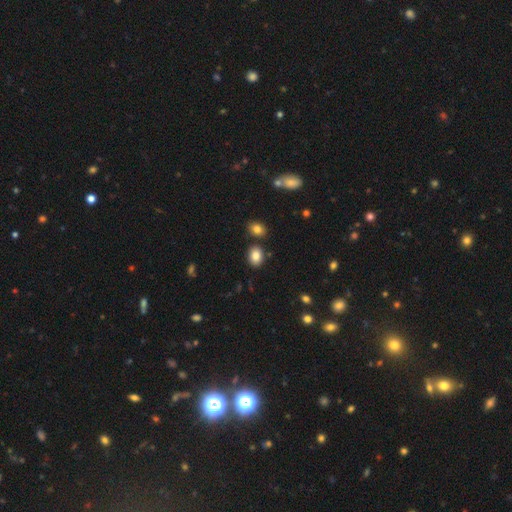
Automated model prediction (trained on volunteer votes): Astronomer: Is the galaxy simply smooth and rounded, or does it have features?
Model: smooth — 85%.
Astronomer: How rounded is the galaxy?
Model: in between — 63%.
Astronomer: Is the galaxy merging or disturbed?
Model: none — 81%.